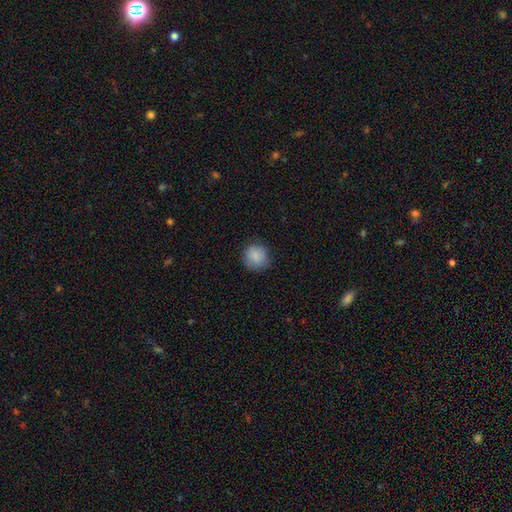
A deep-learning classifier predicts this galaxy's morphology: smooth 87%, star or artifact 8%, featured or disk 5%. Down the decision tree: how rounded — round (88%); merging — none (83%).